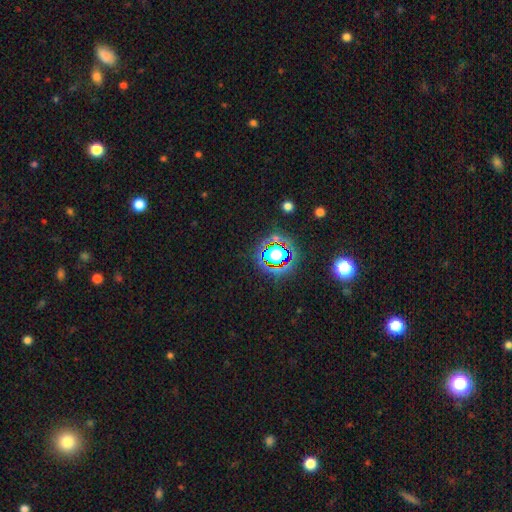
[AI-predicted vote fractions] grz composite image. It shows a star or artifact, not a galaxy (79%).